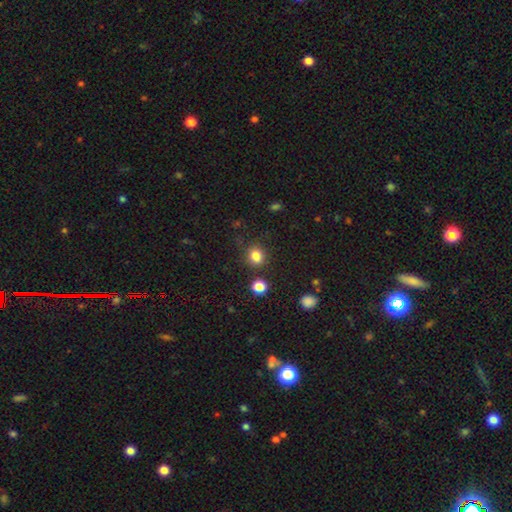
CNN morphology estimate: Overall: smooth (81%). How rounded: round (71%). Merging: none (77%).